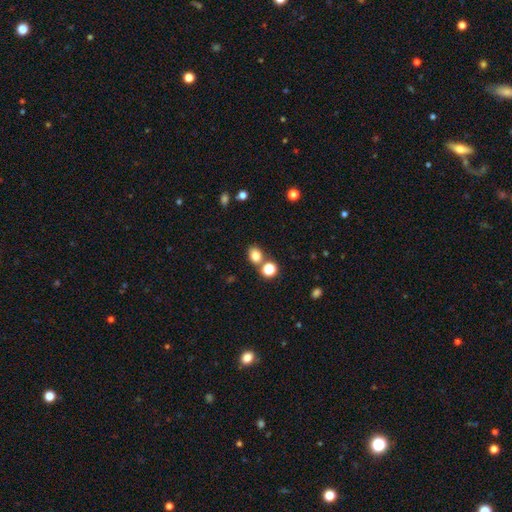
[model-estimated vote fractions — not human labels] A smooth galaxy with no disk features (79%) that is in between round and cigar-shaped (53%).

Vote fractions:
- Smooth or featured? smooth: 79% / star or artifact: 14% / featured or disk: 7%
- How rounded? in between: 53% / round: 46% / cigar-shaped: 1%
- Merging? none: 67% / merger: 20% / minor disturbance: 10% / major disturbance: 3%